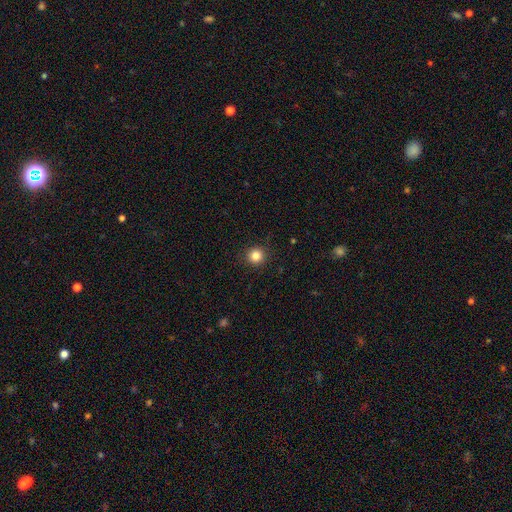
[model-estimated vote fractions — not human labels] smooth-or-featured: smooth: 84% | star or artifact: 11% | featured or disk: 4%
  how-rounded: round: 93% | in between: 6% | cigar-shaped: 1%
  merging: none: 90% | minor disturbance: 6% | major disturbance: 2% | merger: 1%